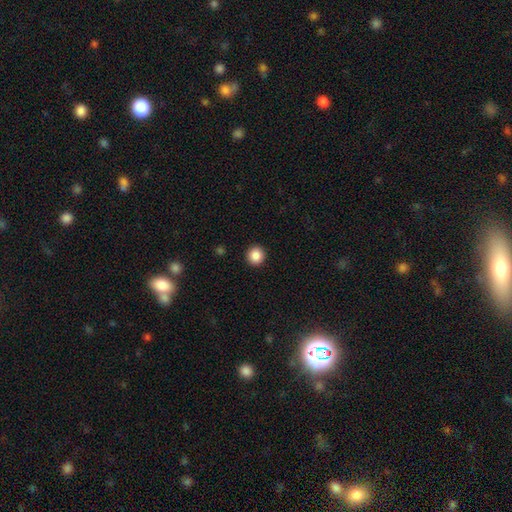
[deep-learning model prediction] Smooth or featured? Predicted: smooth (p=0.87). How rounded? Predicted: round (p=0.94). Merging? Predicted: none (p=0.93).